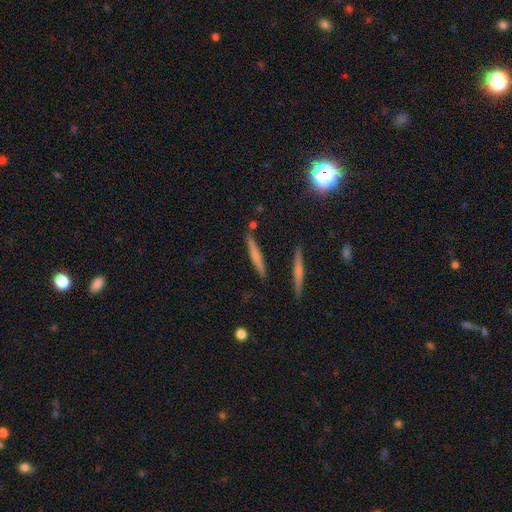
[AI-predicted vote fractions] smooth_or_featured: smooth (p=0.53) [alt: featured or disk p=0.39]
how_rounded: cigar-shaped (p=0.93) [alt: in between p=0.04]
merging: none (p=0.84) [alt: minor disturbance p=0.10]